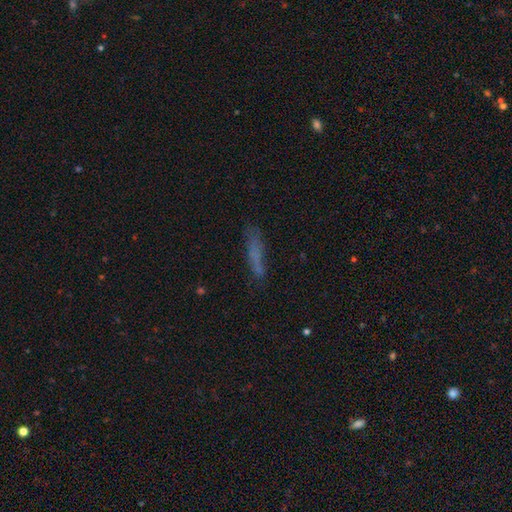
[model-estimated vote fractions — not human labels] Q: Smooth or featured?
A: smooth (63%); runner-up: featured or disk (24%)
Q: How rounded?
A: cigar-shaped (83%); runner-up: in between (14%)
Q: Merging?
A: none (69%); runner-up: minor disturbance (20%)